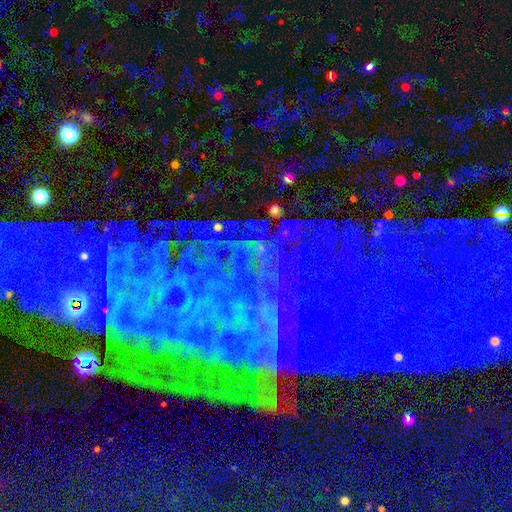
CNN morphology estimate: This is likely a star or artifact rather than a galaxy (74%).